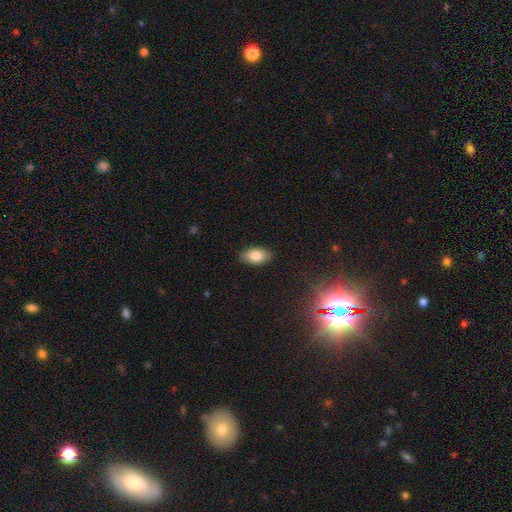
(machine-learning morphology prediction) smooth_or_featured: smooth (p=0.83) [alt: featured or disk p=0.09]
how_rounded: in between (p=0.94) [alt: round p=0.04]
merging: none (p=0.88) [alt: minor disturbance p=0.09]